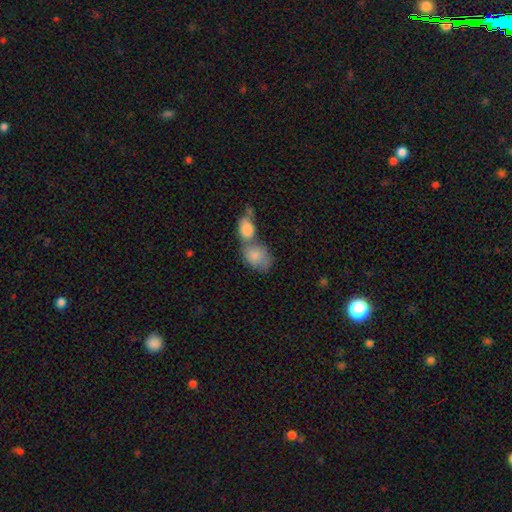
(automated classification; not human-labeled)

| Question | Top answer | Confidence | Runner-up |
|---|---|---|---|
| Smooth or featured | smooth | 81% | featured or disk (13%) |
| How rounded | in between | 75% | round (23%) |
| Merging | merger | 65% | none (20%) |